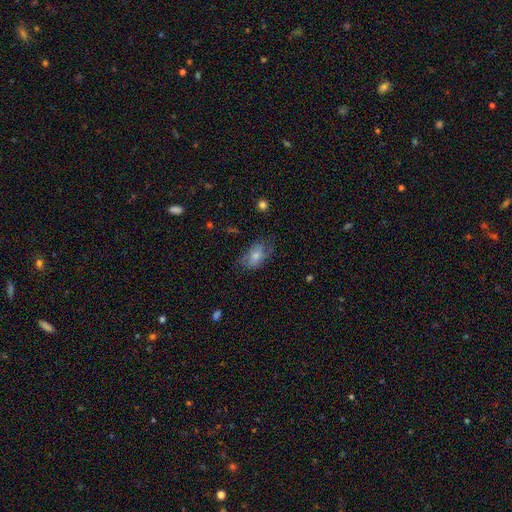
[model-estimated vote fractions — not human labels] smooth_or_featured: smooth (p=0.63) [alt: featured or disk p=0.28]
how_rounded: in between (p=0.87) [alt: round p=0.10]
merging: none (p=0.53) [alt: minor disturbance p=0.28]